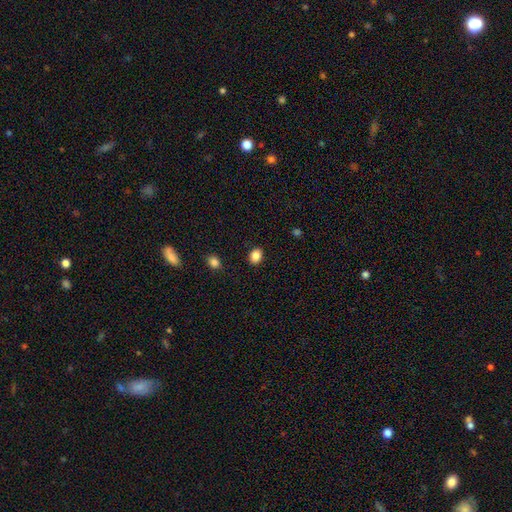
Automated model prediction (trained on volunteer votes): Q: Smooth or featured?
A: smooth (87%); runner-up: star or artifact (9%)
Q: How rounded?
A: in between (62%); runner-up: round (37%)
Q: Merging?
A: none (88%); runner-up: minor disturbance (8%)